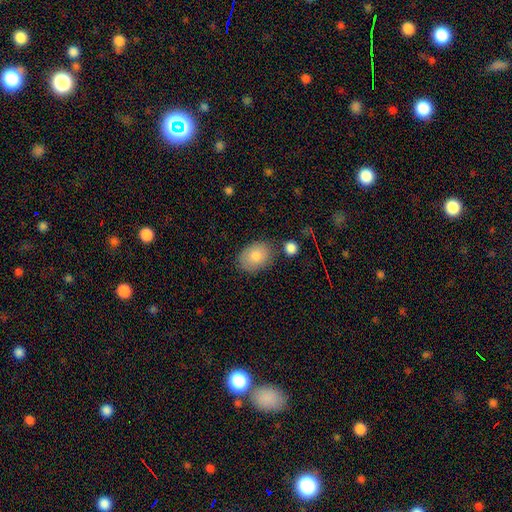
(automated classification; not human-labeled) Smooth or featured?
  - smooth: 81% *
  - featured or disk: 12%
  - star or artifact: 8%
How rounded?
  - in between: 75% *
  - round: 24%
  - cigar-shaped: 1%
Merging?
  - none: 78% *
  - minor disturbance: 13%
  - merger: 5%
  - major disturbance: 3%